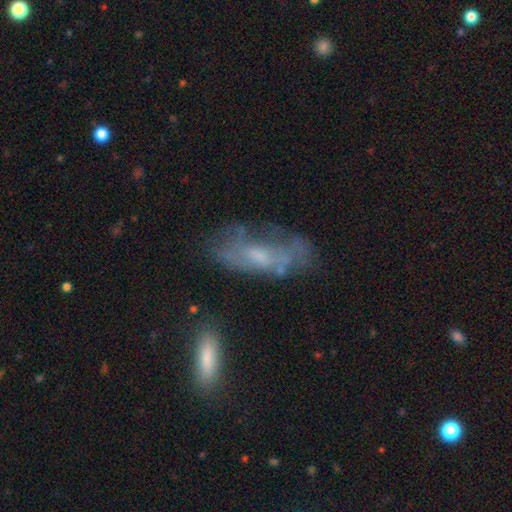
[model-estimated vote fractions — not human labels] featured or disk 56%, smooth 31%, star or artifact 13%. Down the decision tree: edge-on disk — no (83%); merging — none (58%).